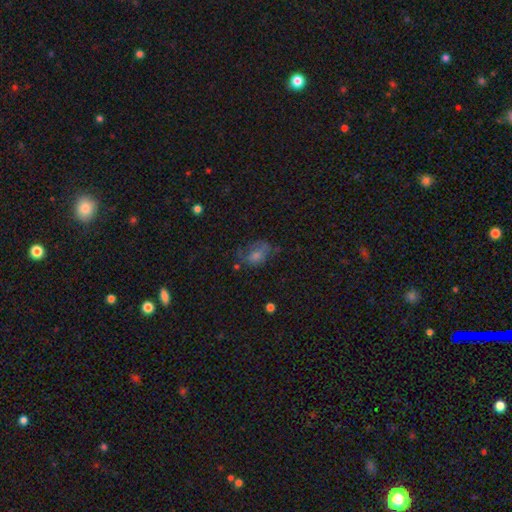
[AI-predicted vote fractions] Smooth or featured? Predicted: smooth (p=0.50). Merging? Predicted: none (p=0.42).